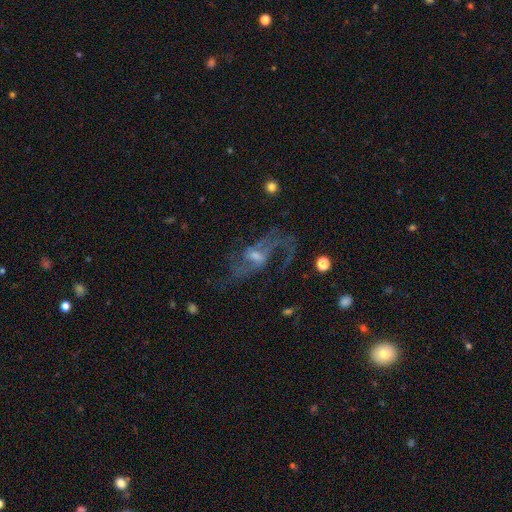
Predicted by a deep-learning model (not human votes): Smooth or featured?
  - featured or disk: 81% *
  - star or artifact: 12%
  - smooth: 8%
Edge-on disk?
  - no: 94% *
  - yes: 6%
Bar?
  - weak: 49% *
  - no: 33%
  - strong: 18%
Spiral arms?
  - yes: 92% *
  - no: 8%
Spiral winding?
  - loose: 52% *
  - medium: 37%
  - tight: 10%
Spiral arm count?
  - 2: 69% *
  - can't tell: 11%
  - 3: 8%
  - 1: 6%
  - 4: 3%
  - more than 4: 3%
Bulge size?
  - small: 44% * (tied)
  - moderate: 44% * (tied)
  - none: 7%
  - large: 4%
  - dominant: 1%
Merging?
  - none: 60% *
  - major disturbance: 22%
  - minor disturbance: 15%
  - merger: 3%